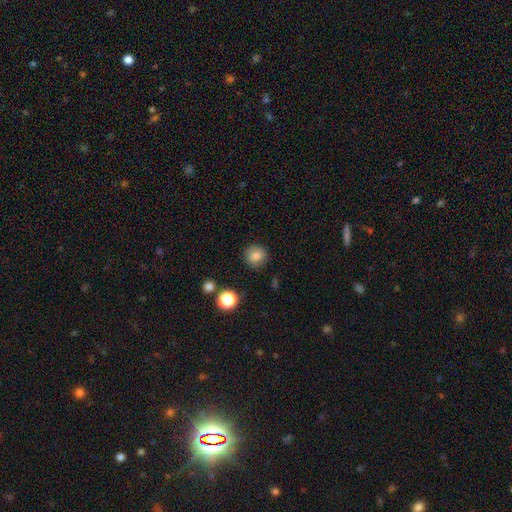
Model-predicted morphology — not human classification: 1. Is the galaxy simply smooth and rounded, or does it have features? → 84% smooth, 11% star or artifact, 6% featured or disk.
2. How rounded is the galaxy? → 89% round, 10% in between, 1% cigar-shaped.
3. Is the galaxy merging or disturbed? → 88% none, 8% minor disturbance, 3% major disturbance, 2% merger.